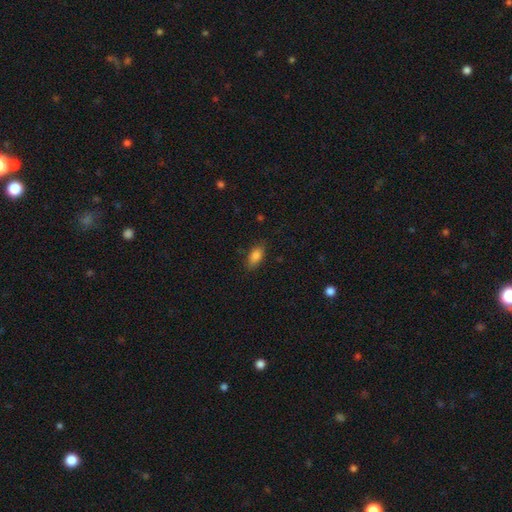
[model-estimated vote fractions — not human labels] Smooth or featured? smooth (84%)
How rounded? in between (88%)
Merging? none (83%)